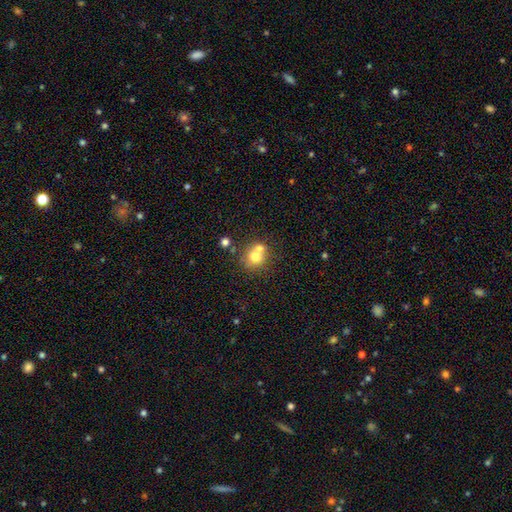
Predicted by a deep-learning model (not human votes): Smooth or featured? smooth (71%)
How rounded? round (82%)
Merging? none (48%)